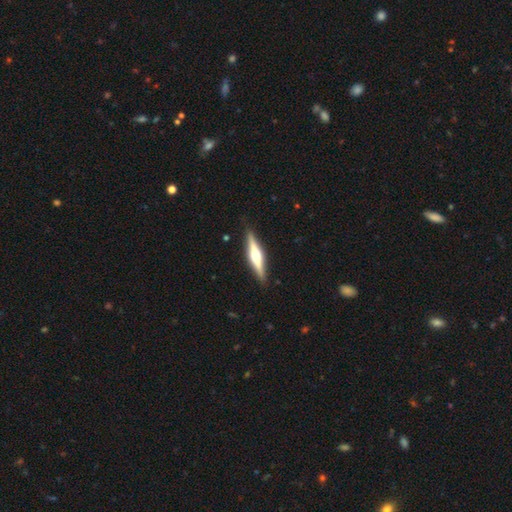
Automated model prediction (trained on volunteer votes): A featured or disk galaxy (71%) viewed edge-on (97%) with a rounded central bulge (91%).

Vote fractions:
- Smooth or featured? featured or disk: 71% / smooth: 24% / star or artifact: 5%
- Edge-on disk? yes: 97% / no: 3%
- Edge-on bulge? rounded: 91% / boxy: 6% / none: 3%
- Merging? none: 90% / minor disturbance: 7% / major disturbance: 1% / merger: 1%